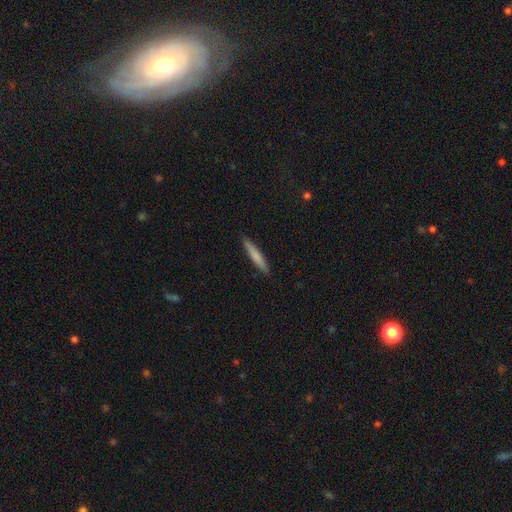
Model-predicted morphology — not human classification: smooth_or_featured: smooth (p=0.76) [alt: featured or disk p=0.18]
how_rounded: cigar-shaped (p=0.93) [alt: in between p=0.05]
merging: none (p=0.90) [alt: minor disturbance p=0.08]